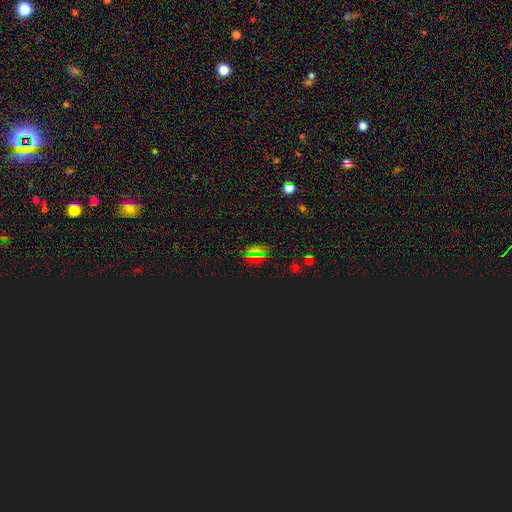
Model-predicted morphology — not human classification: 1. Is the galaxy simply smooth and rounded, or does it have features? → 60% star or artifact, 33% smooth, 8% featured or disk.